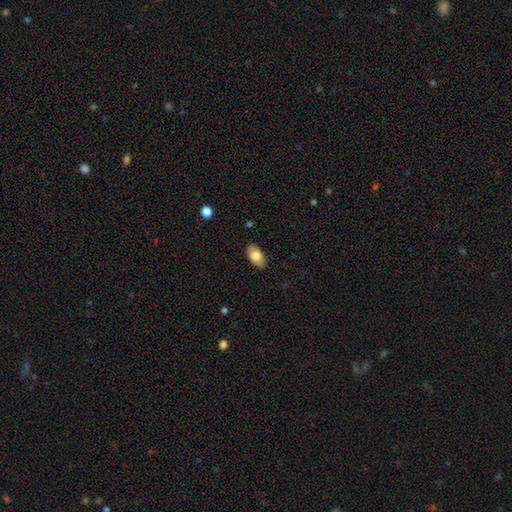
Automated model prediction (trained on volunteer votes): Smooth or featured? smooth (79%)
How rounded? in between (94%)
Merging? none (88%)